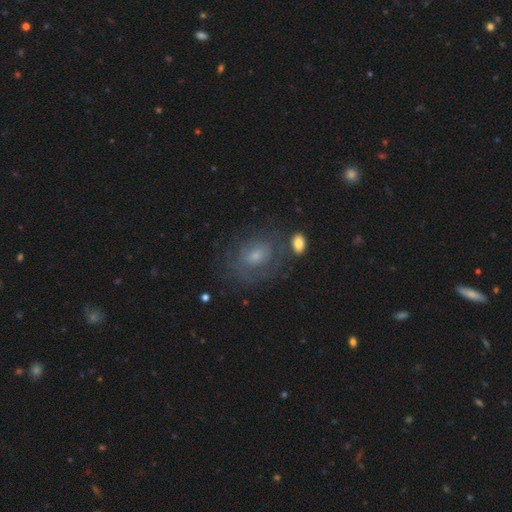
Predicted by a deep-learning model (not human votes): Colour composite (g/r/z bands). It shows a featured or disk galaxy (47%). Merging: none (63%).